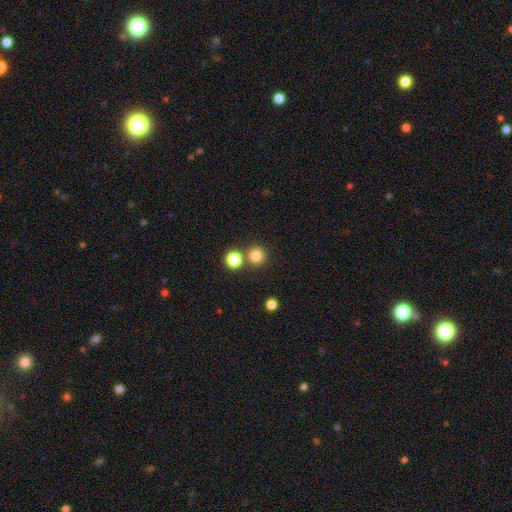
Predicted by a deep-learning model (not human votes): This appears to be a smooth galaxy with no disk features (81%) that is round (94%). Merging: none (76%).